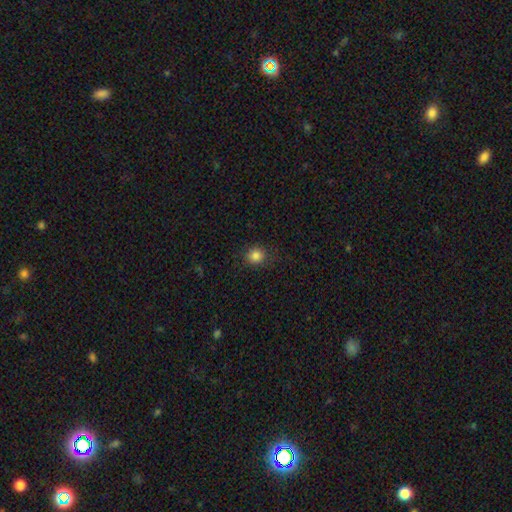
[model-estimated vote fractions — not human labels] Smooth or featured? Predicted: smooth (p=0.84). How rounded? Predicted: round (p=0.85). Merging? Predicted: none (p=0.87).